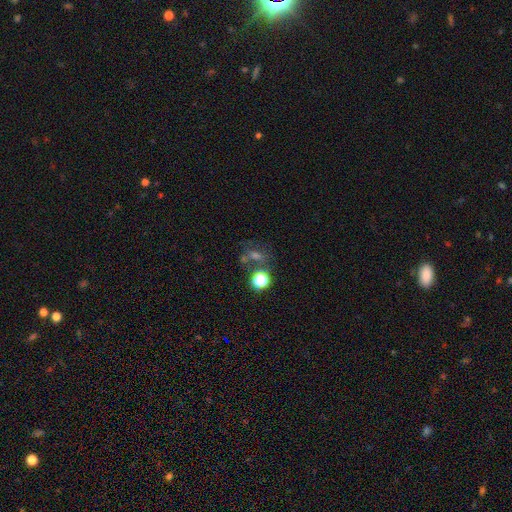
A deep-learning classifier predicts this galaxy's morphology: The model was most divided on "smooth or featured" (2-way tie): star or artifact: 40%, smooth: 40%, featured or disk: 20%.